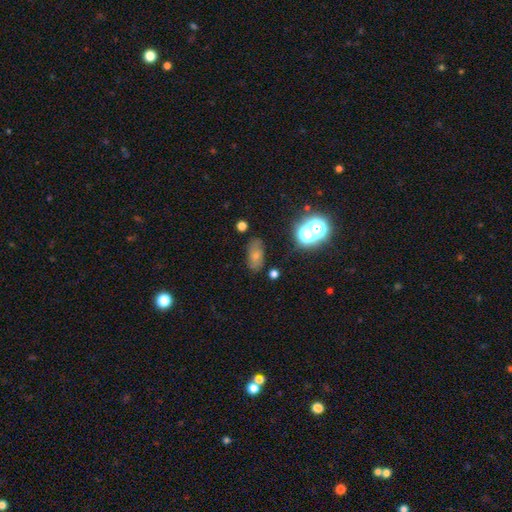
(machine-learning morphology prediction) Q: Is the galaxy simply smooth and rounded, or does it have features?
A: smooth — 62%.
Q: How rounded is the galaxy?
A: in between — 87%.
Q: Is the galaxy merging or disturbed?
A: none — 70%.